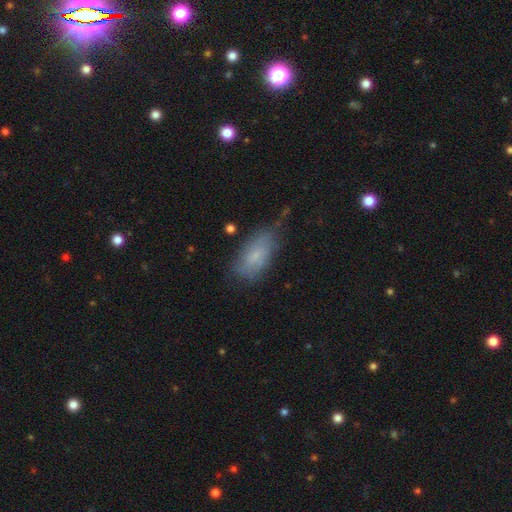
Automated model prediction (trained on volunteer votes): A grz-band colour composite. It shows a smooth galaxy with no disk features (68%) that is in between round and cigar-shaped (87%). Merging: none (53%).